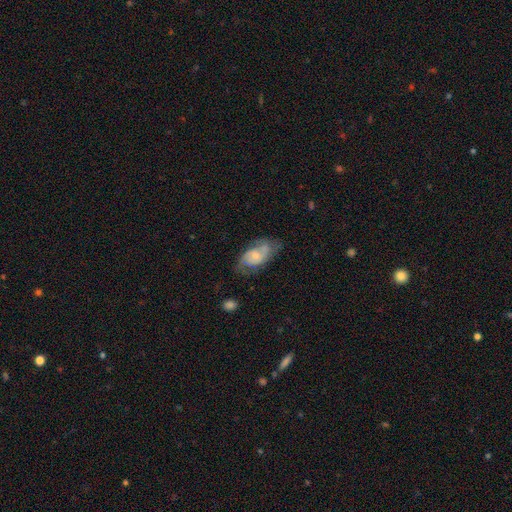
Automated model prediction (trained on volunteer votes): The model was most divided on "bulge size": small: 58%, moderate: 34%, none: 4%, large: 3%, dominant: 1%. More confident: edge-on disk — no (95%); spiral arms — yes (84%); bar — no (68%); smooth or featured — featured or disk (62%); merging — none (58%).